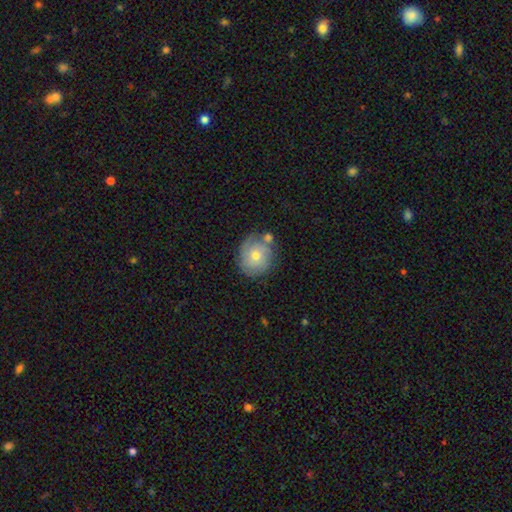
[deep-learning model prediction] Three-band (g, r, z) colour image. It shows a smooth galaxy with no disk features (52%) that is round (77%). Merging: none (58%).